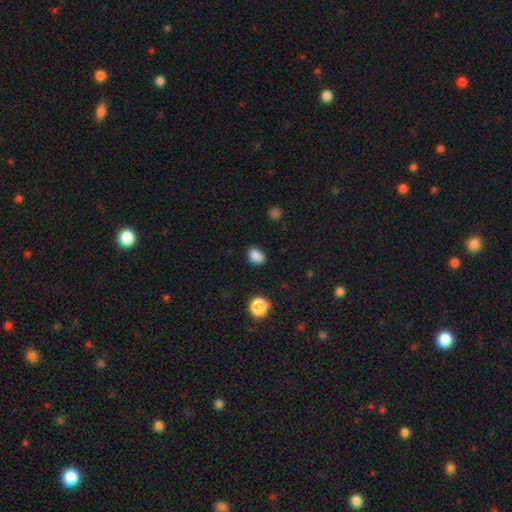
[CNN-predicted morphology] Smooth or featured? Predicted: smooth (p=0.84). How rounded? Predicted: in between (p=0.65). Merging? Predicted: none (p=0.77).